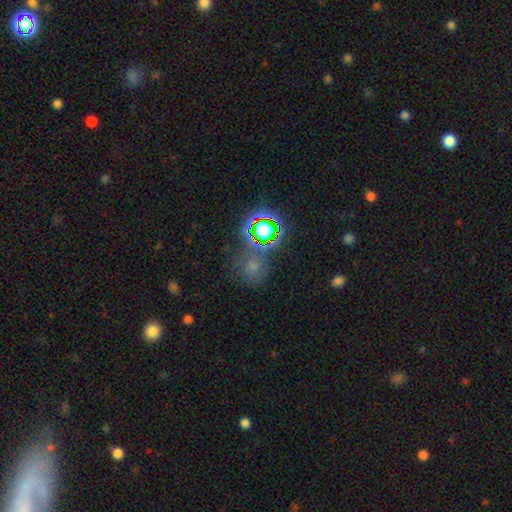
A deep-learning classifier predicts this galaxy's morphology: A star or artifact, not a galaxy (57%).